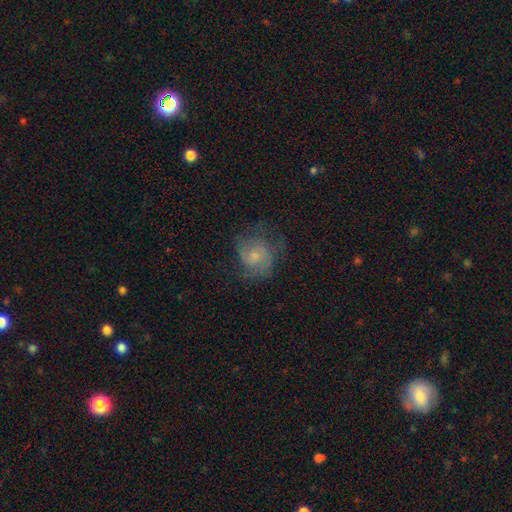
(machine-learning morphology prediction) Overall: featured or disk (57%; smooth 33%). Edge-on disk: no (98%). Bar: no (70%). Spiral arms: yes (83%). Bulge size: small (55%; moderate 30%). Merging: none (56%; minor disturbance 23%).